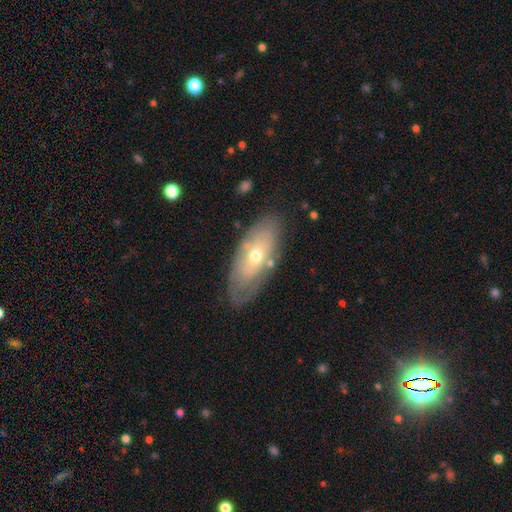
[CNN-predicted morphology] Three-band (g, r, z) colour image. It shows a featured or disk galaxy (51%). Merging: none (71%).